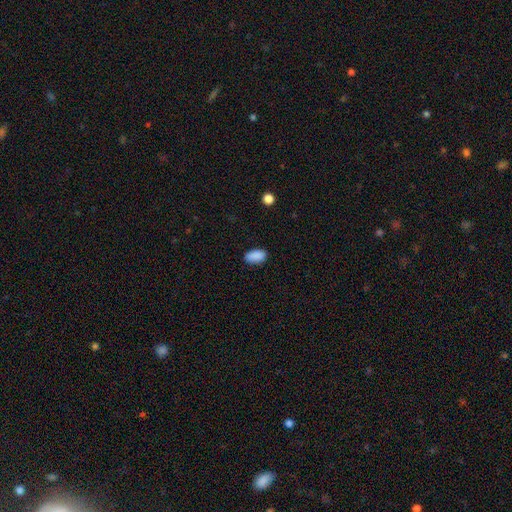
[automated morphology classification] Overall: smooth (89%). How rounded: in between (94%). Merging: none (86%).